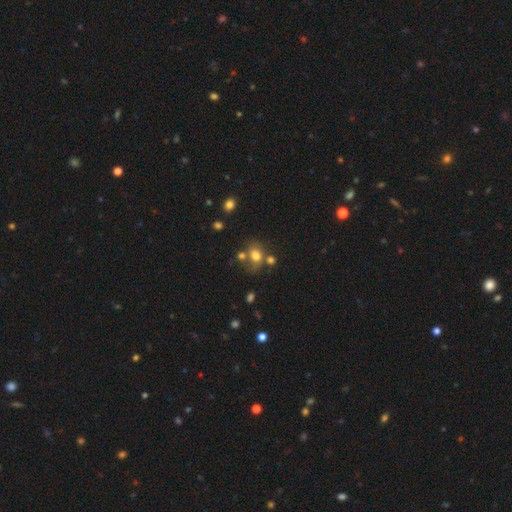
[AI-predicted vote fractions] smooth 74%, featured or disk 13%, star or artifact 13%. Down the decision tree: how rounded — round (52%); merging — none (49%).